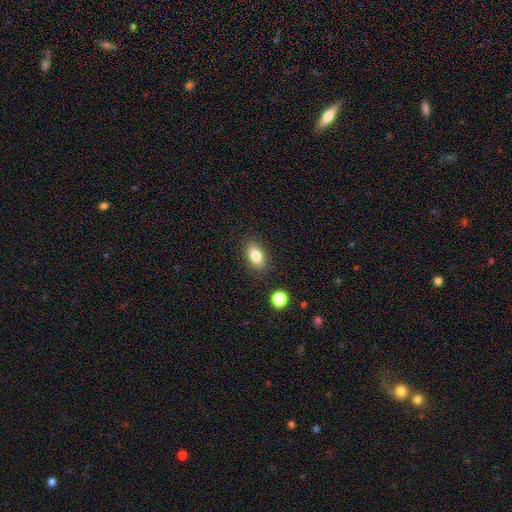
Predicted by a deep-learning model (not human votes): Q: Smooth or featured?
A: smooth (81%); runner-up: featured or disk (10%)
Q: How rounded?
A: in between (87%); runner-up: round (8%)
Q: Merging?
A: none (85%); runner-up: minor disturbance (10%)